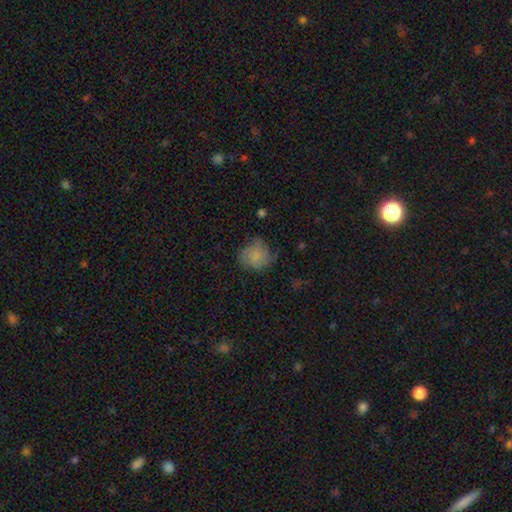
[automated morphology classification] Smooth or featured: smooth — 63% (featured or disk — 27%)
How rounded: round — 82% (in between — 17%)
Merging: none — 64% (minor disturbance — 25%)